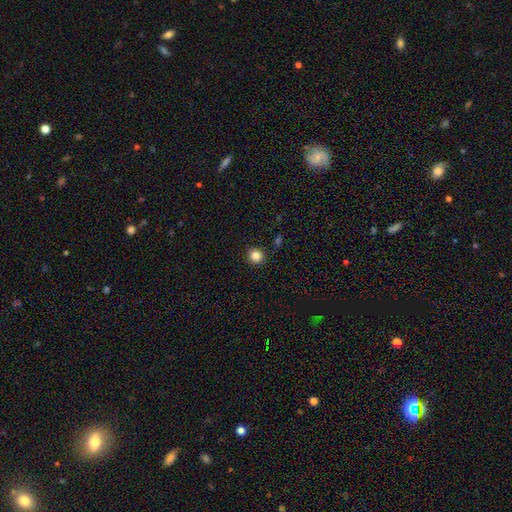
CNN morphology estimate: This is clearly a smooth galaxy (85%). How rounded: clearly round (91%). Merging: clearly none (91%).